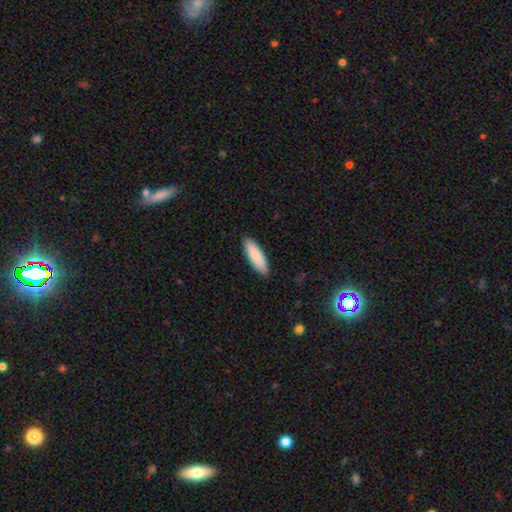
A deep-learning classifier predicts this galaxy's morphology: Q: Smooth or featured?
A: smooth (86%); runner-up: featured or disk (9%)
Q: How rounded?
A: in between (54%); runner-up: cigar-shaped (45%)
Q: Merging?
A: none (88%); runner-up: minor disturbance (9%)